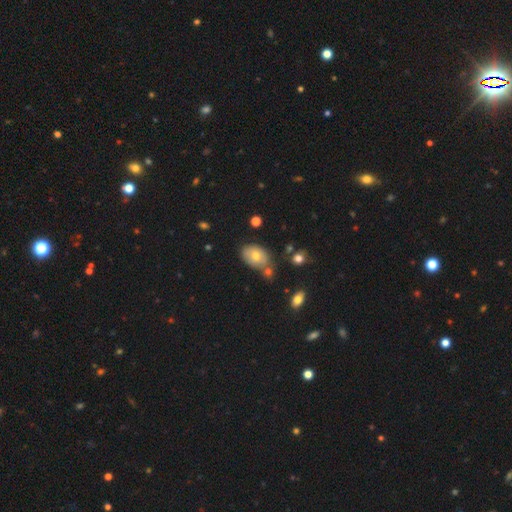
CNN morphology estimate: Smooth or featured? Predicted: smooth (p=0.69). How rounded? Predicted: in between (p=0.82). Merging? Predicted: none (p=0.59).